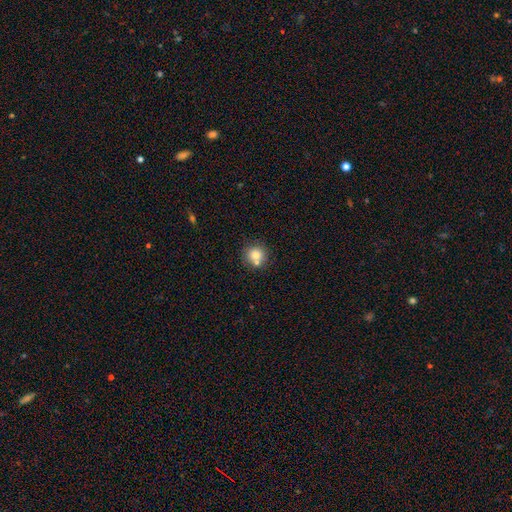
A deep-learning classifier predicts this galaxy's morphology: smooth 79%, featured or disk 11%, star or artifact 10%. Down the decision tree: how rounded — round (90%); merging — none (63%).